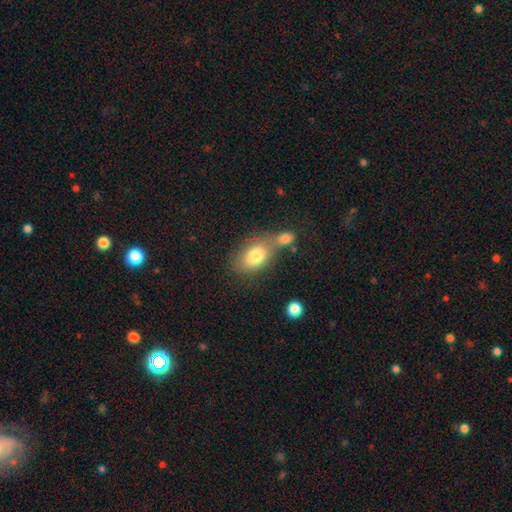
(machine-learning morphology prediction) smooth_or_featured: smooth (p=0.79) [alt: featured or disk p=0.13]
how_rounded: in between (p=0.85) [alt: round p=0.13]
merging: none (p=0.41) [alt: merger p=0.39]